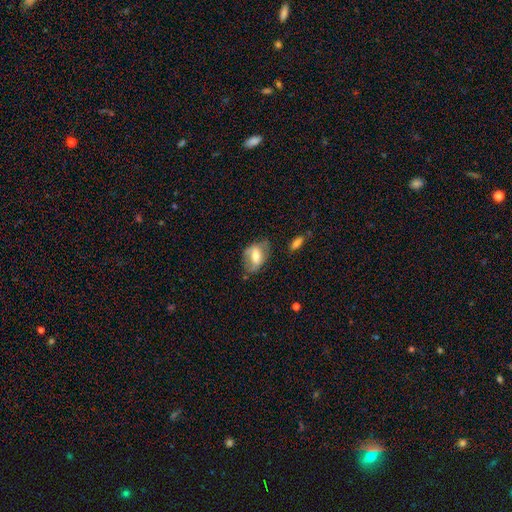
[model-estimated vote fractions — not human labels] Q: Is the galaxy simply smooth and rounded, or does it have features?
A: smooth — 47%.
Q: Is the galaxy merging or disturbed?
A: none — 53%.